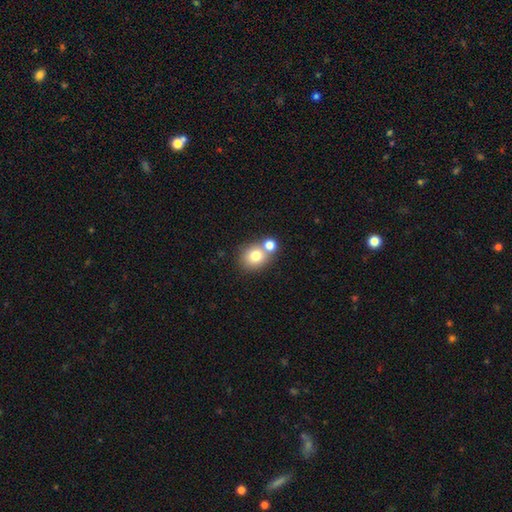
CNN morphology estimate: The model was most divided on "merging": none: 51%, merger: 38%, minor disturbance: 8%, major disturbance: 3%. More confident: smooth or featured — smooth (76%); how rounded — round (76%).